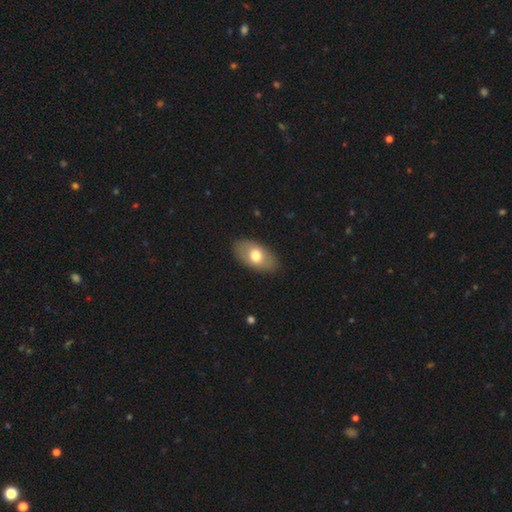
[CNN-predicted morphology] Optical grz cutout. It shows a smooth galaxy with no disk features (69%) that is in between round and cigar-shaped (92%). Merging: none (86%).